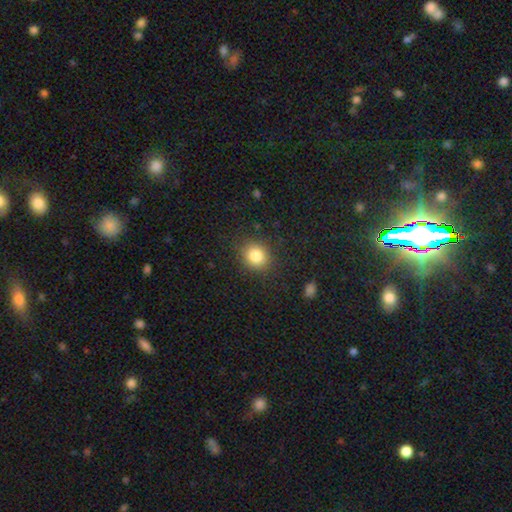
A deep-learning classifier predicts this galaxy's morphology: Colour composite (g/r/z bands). It shows a smooth galaxy with no disk features (83%) that is round (77%). Merging: none (87%).